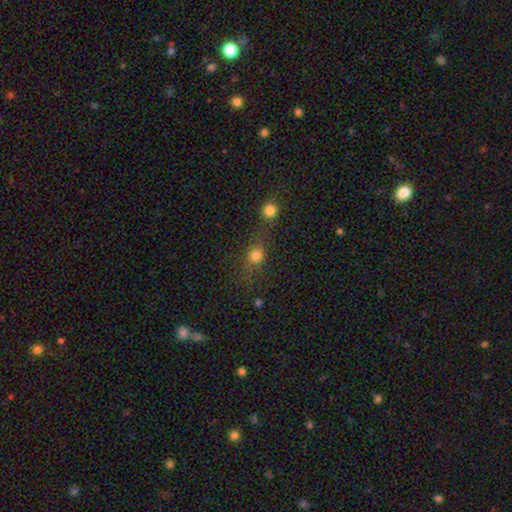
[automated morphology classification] Smooth or featured? smooth (72%)
How rounded? round (70%)
Merging? none (51%)